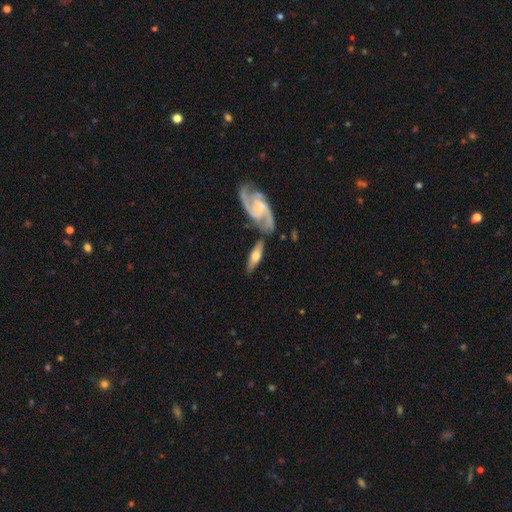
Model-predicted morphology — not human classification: Overall: featured or disk (55%; smooth 40%). Edge-on disk: no (53%; yes 47%). Merging: none (61%).